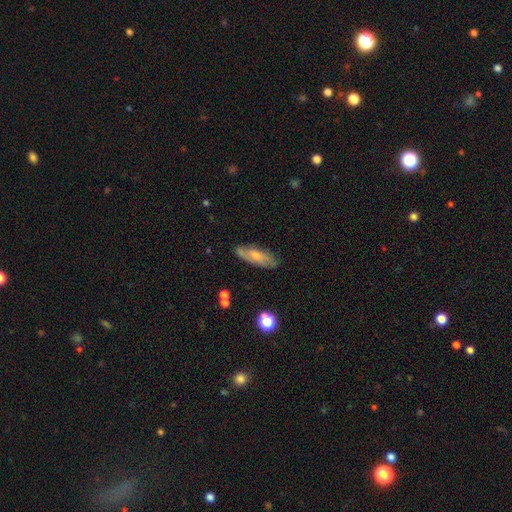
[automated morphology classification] smooth_or_featured: smooth (p=0.56) [alt: featured or disk p=0.37]
how_rounded: in between (p=0.61) [alt: cigar-shaped p=0.36]
merging: none (p=0.75) [alt: minor disturbance p=0.19]